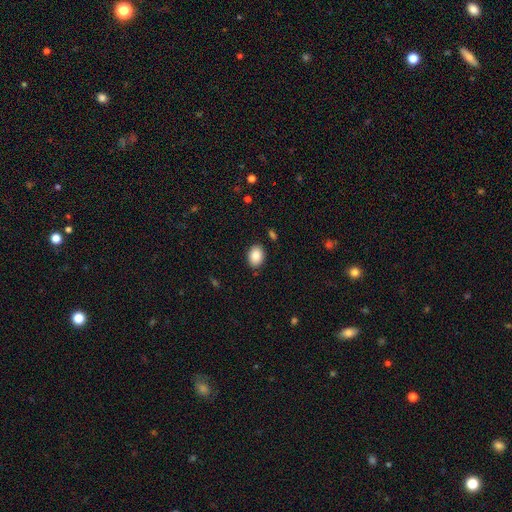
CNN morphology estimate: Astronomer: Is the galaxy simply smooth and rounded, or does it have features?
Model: smooth — 88%.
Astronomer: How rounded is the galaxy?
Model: in between — 71%.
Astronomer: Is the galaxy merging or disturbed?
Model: none — 87%.